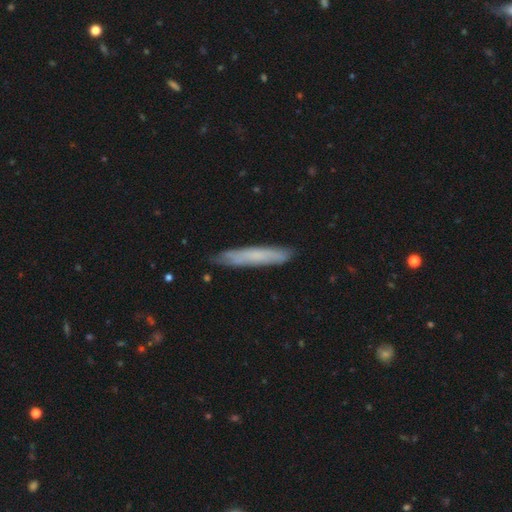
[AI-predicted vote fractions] smooth_or_featured: smooth (p=0.61) [alt: featured or disk p=0.32]
how_rounded: cigar-shaped (p=0.92) [alt: in between p=0.07]
merging: none (p=0.82) [alt: minor disturbance p=0.14]